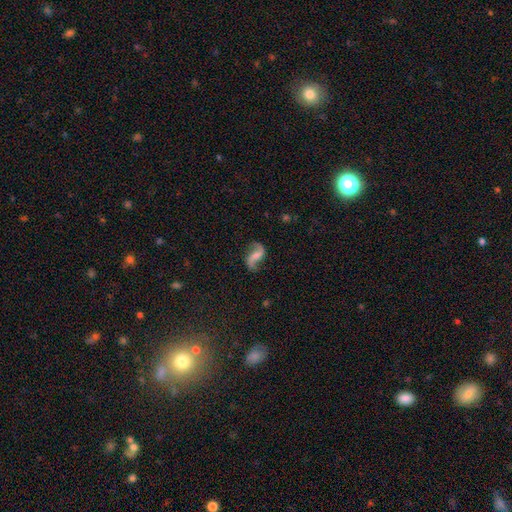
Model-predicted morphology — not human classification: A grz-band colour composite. It shows a featured or disk galaxy (86%) with a weak bar (41%), 2 (93%) loose (85%) spiral arms (96%) and no central bulge (37%). Merging: none (78%).